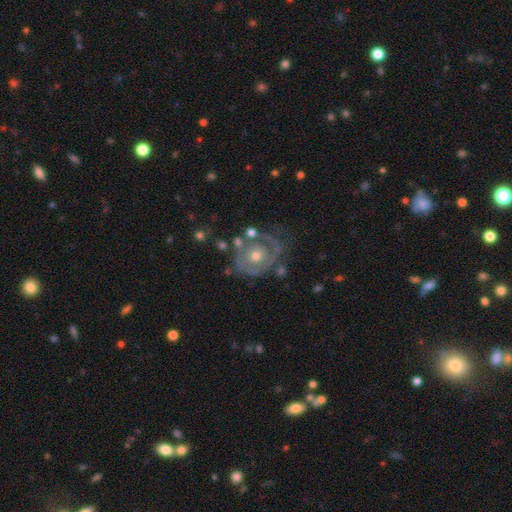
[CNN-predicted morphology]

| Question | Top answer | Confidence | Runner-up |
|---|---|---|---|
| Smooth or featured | featured or disk | 79% | smooth (15%) |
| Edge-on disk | no | 97% | yes (3%) |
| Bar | no | 84% | weak (13%) |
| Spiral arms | yes | 77% | no (23%) |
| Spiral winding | tight | 67% | medium (23%) |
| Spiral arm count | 1 | 35% | 2 (28%) |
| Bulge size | moderate | 57% | small (38%) |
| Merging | none | 56% | minor disturbance (21%) |